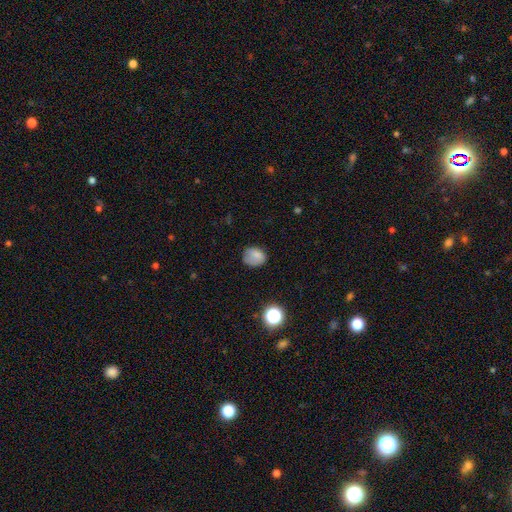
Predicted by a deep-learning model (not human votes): smooth 79%, star or artifact 12%, featured or disk 9%. Down the decision tree: how rounded — round (53%); merging — none (60%).